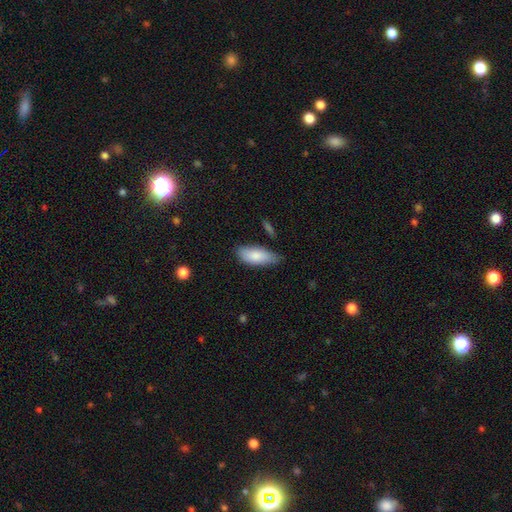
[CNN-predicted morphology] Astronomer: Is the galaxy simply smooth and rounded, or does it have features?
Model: smooth — 83%.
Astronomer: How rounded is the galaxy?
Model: in between — 82%.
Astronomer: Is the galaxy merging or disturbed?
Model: none — 65%.